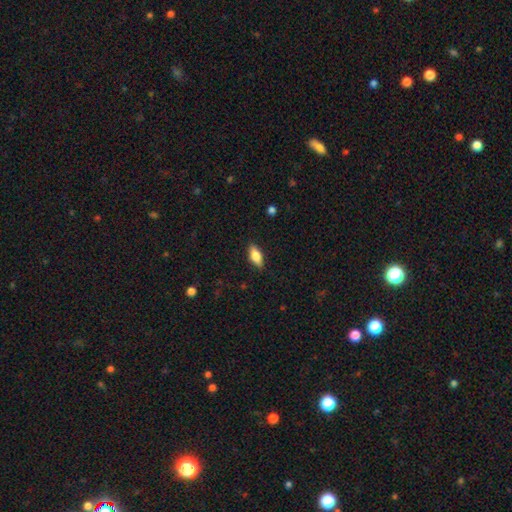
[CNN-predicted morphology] smooth 73%, featured or disk 20%, star or artifact 7%. Down the decision tree: how rounded — in between (81%); merging — none (88%).